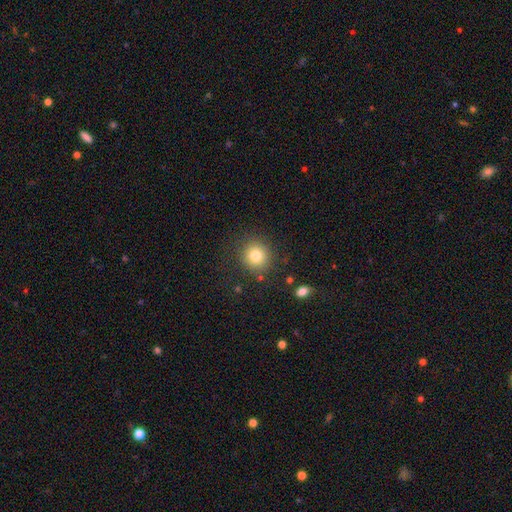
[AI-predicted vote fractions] smooth-or-featured: smooth: 81% | star or artifact: 12% | featured or disk: 8%
  how-rounded: round: 90% | in between: 9% | cigar-shaped: 1%
  merging: none: 86% | minor disturbance: 8% | major disturbance: 3% | merger: 2%